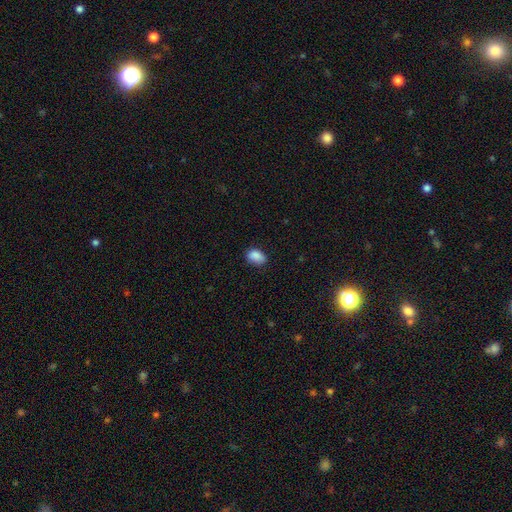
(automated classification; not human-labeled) Q: Smooth or featured?
A: smooth (88%); runner-up: star or artifact (8%)
Q: How rounded?
A: in between (84%); runner-up: round (14%)
Q: Merging?
A: none (76%); runner-up: minor disturbance (20%)